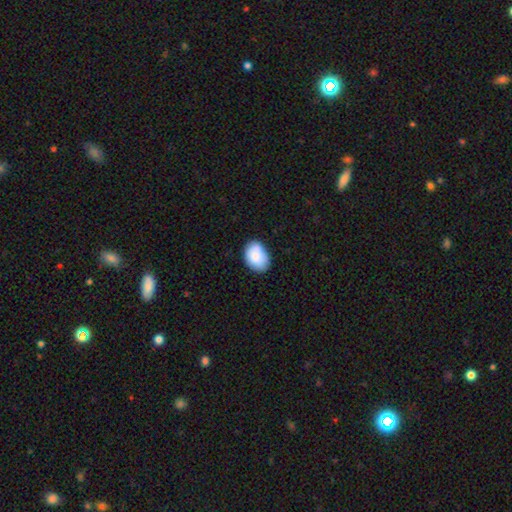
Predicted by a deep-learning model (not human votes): A smooth galaxy with no disk features (84%) that is in between round and cigar-shaped (81%). Merging: none (73%).